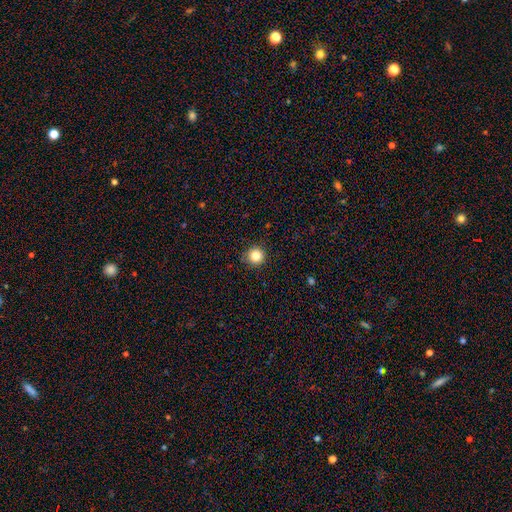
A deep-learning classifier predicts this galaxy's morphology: This is clearly a smooth galaxy (84%). How rounded: clearly round (95%). Merging: clearly none (90%).